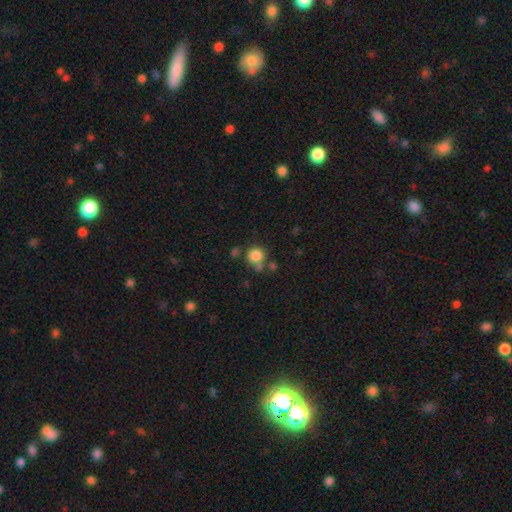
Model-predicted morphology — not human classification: This is clearly a smooth galaxy (83%). How rounded: clearly round (91%). Merging: likely none (64%).